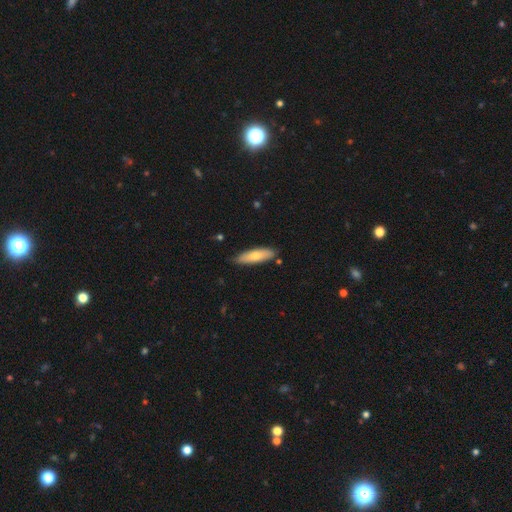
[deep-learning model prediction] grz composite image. It shows a smooth galaxy with no disk features (68%) that is cigar-shaped (57%). Merging: none (84%).